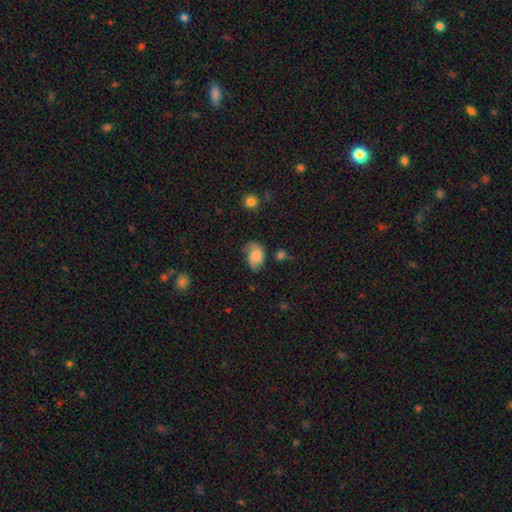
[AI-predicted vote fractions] smooth-or-featured: smooth: 58% | featured or disk: 33% | star or artifact: 9%
  how-rounded: in between: 78% | round: 21% | cigar-shaped: 1%
  merging: none: 49% | minor disturbance: 33% | major disturbance: 16% | merger: 3%